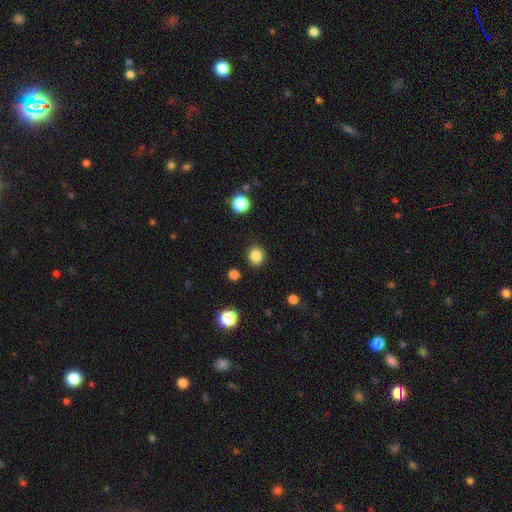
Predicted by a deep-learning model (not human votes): Smooth or featured: smooth — 85% (star or artifact — 12%)
How rounded: round — 82% (in between — 18%)
Merging: none — 89% (minor disturbance — 7%)